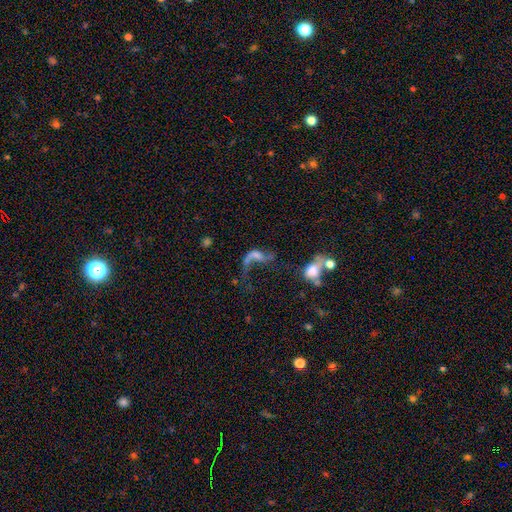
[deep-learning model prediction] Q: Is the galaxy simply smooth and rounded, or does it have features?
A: featured or disk — 61%.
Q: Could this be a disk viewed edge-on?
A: no — 94%.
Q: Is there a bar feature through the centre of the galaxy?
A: no — 59%.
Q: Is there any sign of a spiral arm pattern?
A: yes — 69%.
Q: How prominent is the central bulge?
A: none — 42%.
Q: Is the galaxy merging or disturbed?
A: major disturbance — 36%.